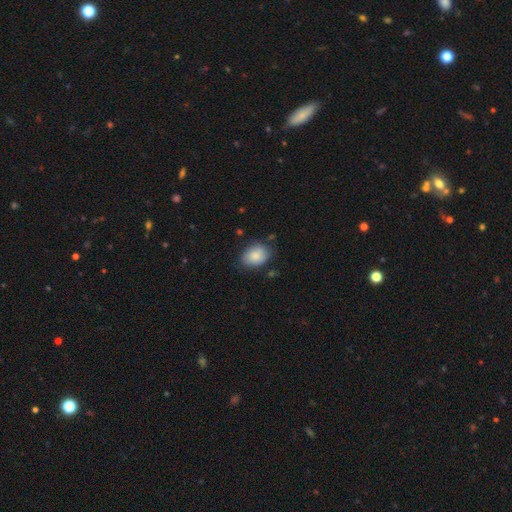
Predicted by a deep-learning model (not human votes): Overall: smooth (86%). How rounded: in between (73%). Merging: none (74%).